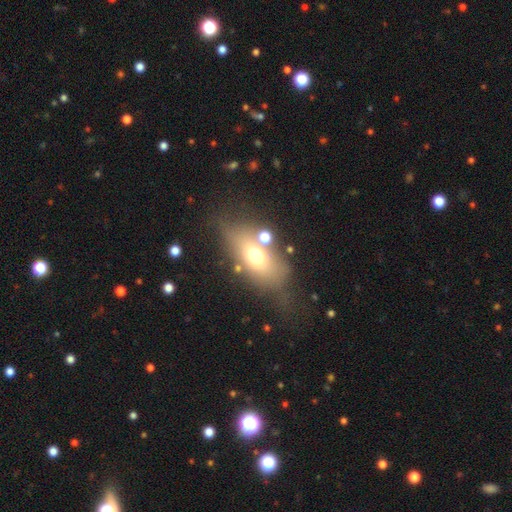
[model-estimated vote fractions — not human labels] smooth_or_featured: smooth (p=0.60) [alt: featured or disk p=0.28]
how_rounded: in between (p=0.78) [alt: round p=0.11]
merging: none (p=0.55) [alt: minor disturbance p=0.20]